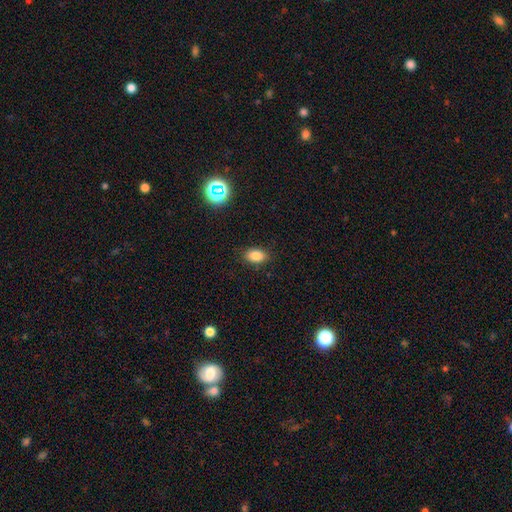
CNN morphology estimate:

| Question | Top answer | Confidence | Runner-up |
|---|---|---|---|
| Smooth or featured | smooth | 84% | star or artifact (11%) |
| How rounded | in between | 87% | round (11%) |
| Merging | none | 86% | minor disturbance (10%) |